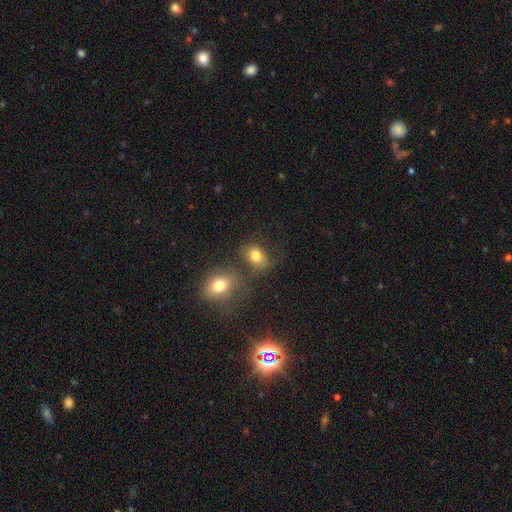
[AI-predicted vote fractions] A smooth galaxy with no disk features (79%) that is in between round and cigar-shaped (62%). Merging: none (58%).